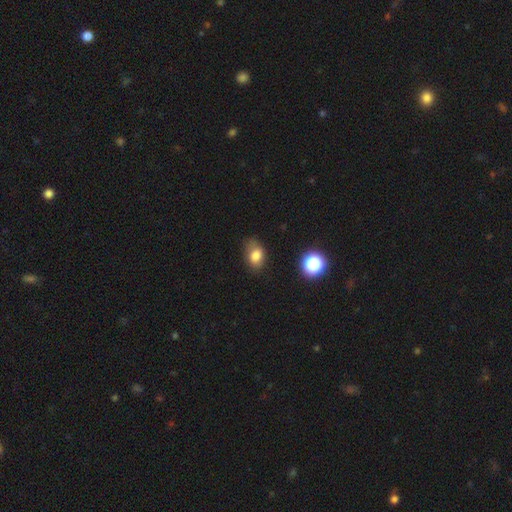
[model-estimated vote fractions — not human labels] Smooth or featured: smooth — 80% (star or artifact — 12%)
How rounded: in between — 72% (round — 27%)
Merging: none — 64% (minor disturbance — 27%)